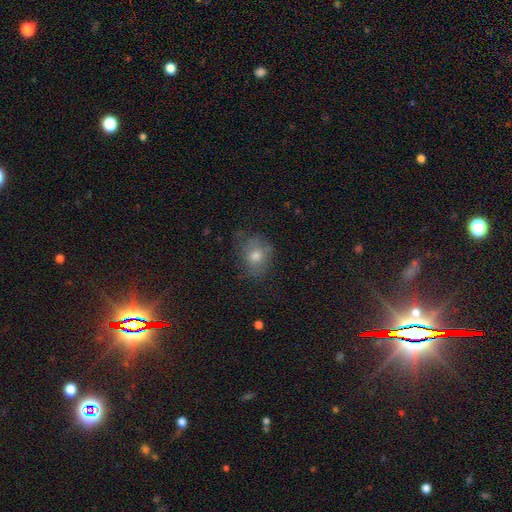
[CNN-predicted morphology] Overall: smooth (69%). How rounded: round (56%; in between 43%). Merging: none (65%).